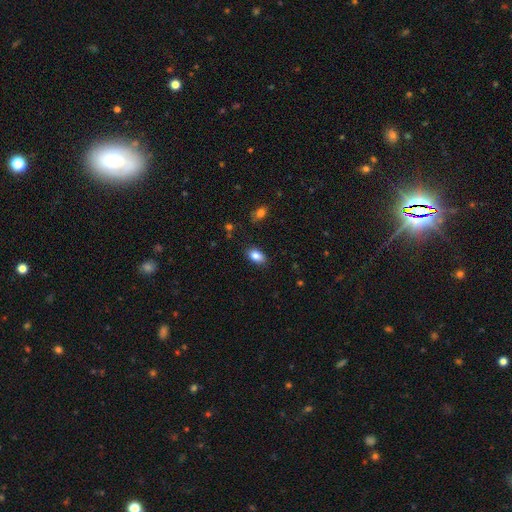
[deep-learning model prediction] Morphology: type=smooth (86%); roundness=in between (90%); merging=none (85%).